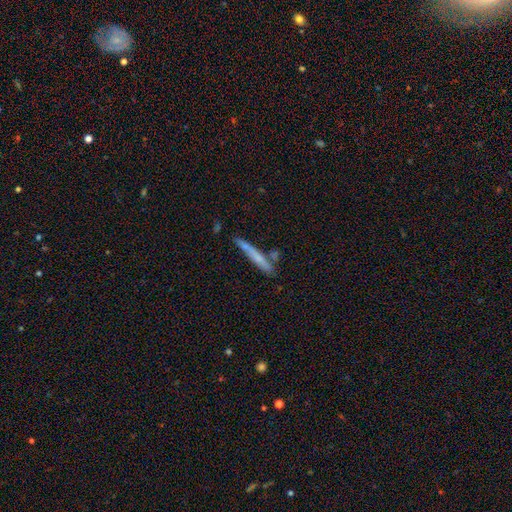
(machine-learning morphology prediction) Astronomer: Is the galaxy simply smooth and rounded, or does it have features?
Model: smooth — 54% (runner-up: featured or disk, 38%).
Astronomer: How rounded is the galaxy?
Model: cigar-shaped — 95%.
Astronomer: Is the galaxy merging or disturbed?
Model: none — 72%.